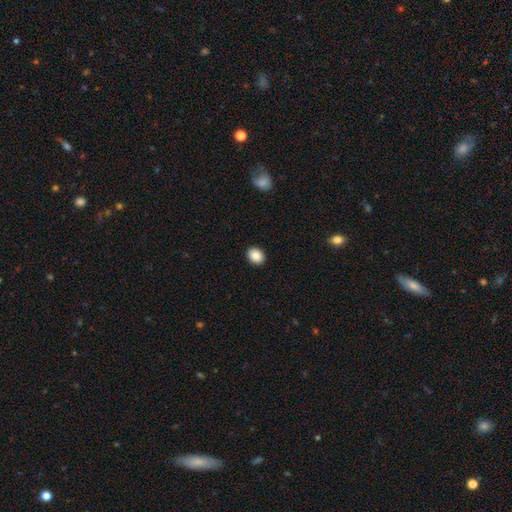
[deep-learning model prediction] A smooth galaxy with no disk features (89%) that is round (50%). Merging: none (92%).